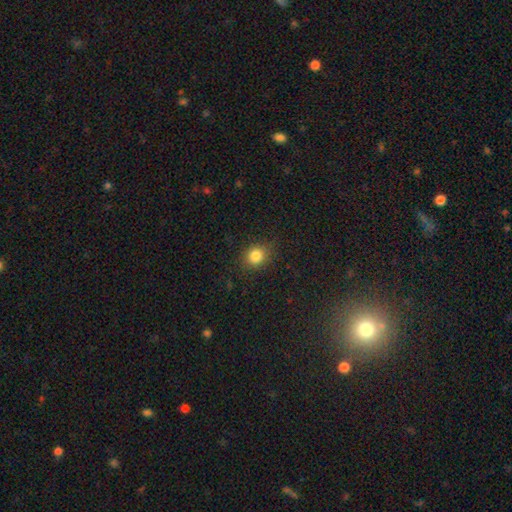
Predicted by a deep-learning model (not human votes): Morphology: type=smooth (83%); roundness=round (72%); merging=none (83%).